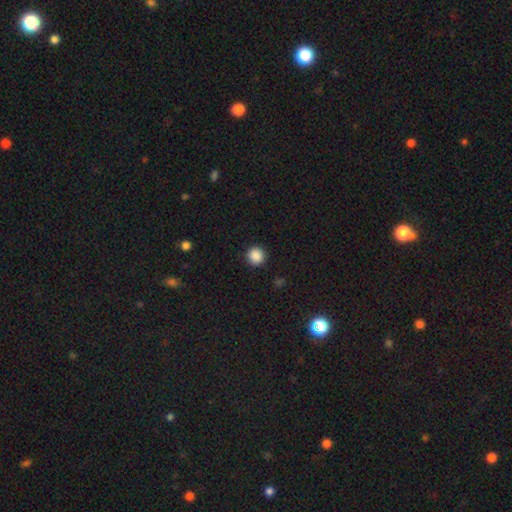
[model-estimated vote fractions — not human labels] Smooth or featured? Predicted: smooth (p=0.88). How rounded? Predicted: round (p=0.94). Merging? Predicted: none (p=0.92).